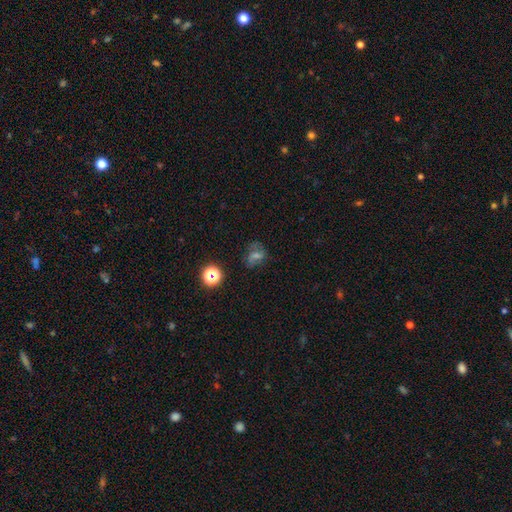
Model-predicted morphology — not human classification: This is marginally a featured or disk galaxy (39%). Merging: likely none (66%).